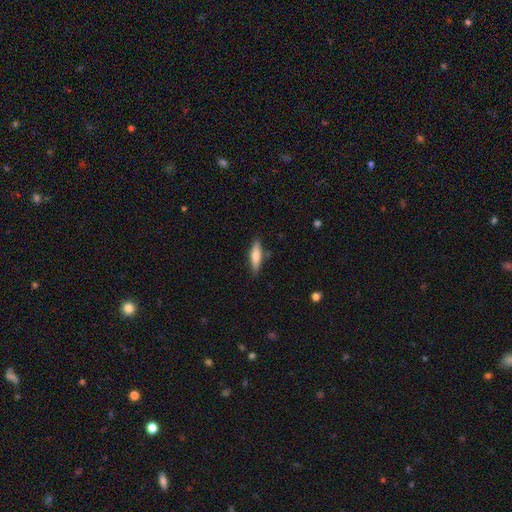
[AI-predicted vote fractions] Smooth or featured?
  - smooth: 70% *
  - featured or disk: 24%
  - star or artifact: 6%
How rounded?
  - cigar-shaped: 72% *
  - in between: 26%
  - round: 2%
Merging?
  - none: 84% *
  - minor disturbance: 12%
  - major disturbance: 3%
  - merger: 2%